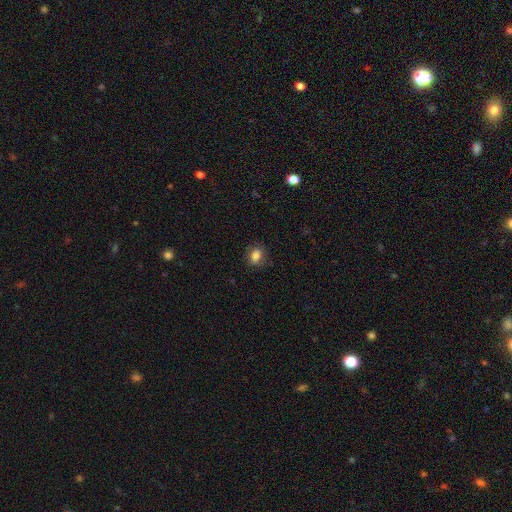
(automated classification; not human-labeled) smooth_or_featured: smooth (p=0.83) [alt: star or artifact p=0.10]
how_rounded: in between (p=0.57) [alt: round p=0.42]
merging: none (p=0.81) [alt: minor disturbance p=0.14]